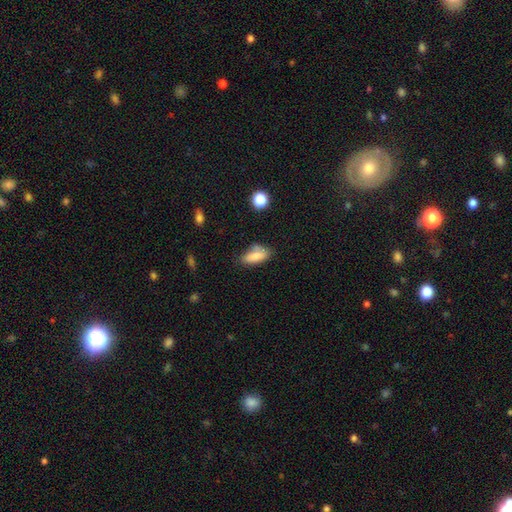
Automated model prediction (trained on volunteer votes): Smooth or featured? Predicted: smooth (p=0.81). How rounded? Predicted: in between (p=0.78). Merging? Predicted: none (p=0.61).